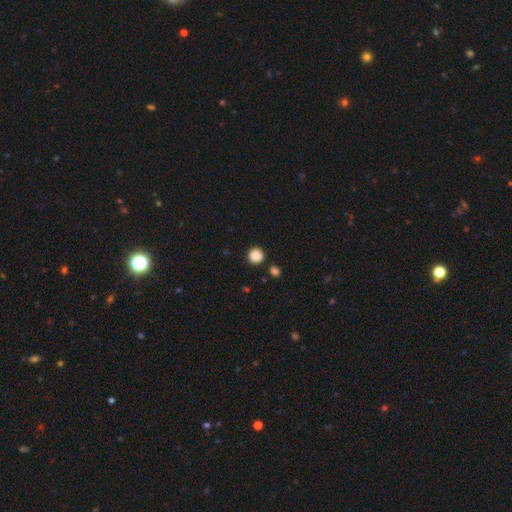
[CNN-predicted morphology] A smooth galaxy with no disk features (87%) that is round (94%). Merging: none (86%).